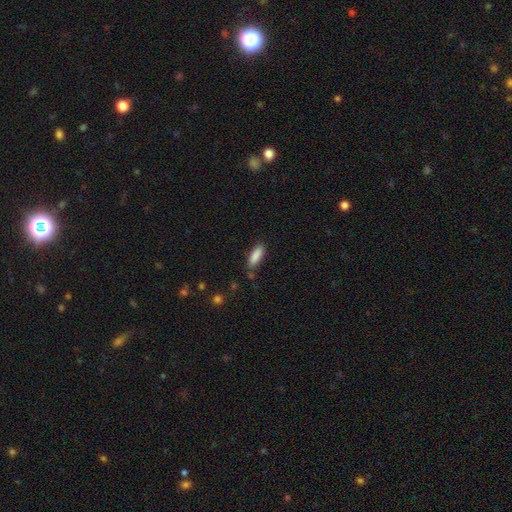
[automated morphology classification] smooth 88%, star or artifact 7%, featured or disk 5%. Down the decision tree: how rounded — in between (60%); merging — none (78%).